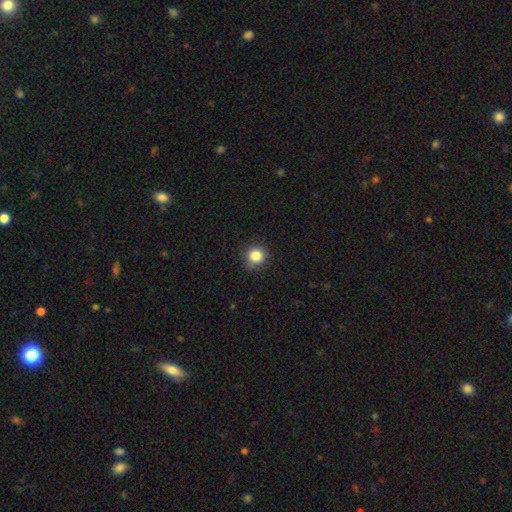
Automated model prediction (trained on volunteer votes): Overall: smooth (84%). How rounded: round (89%). Merging: none (84%).